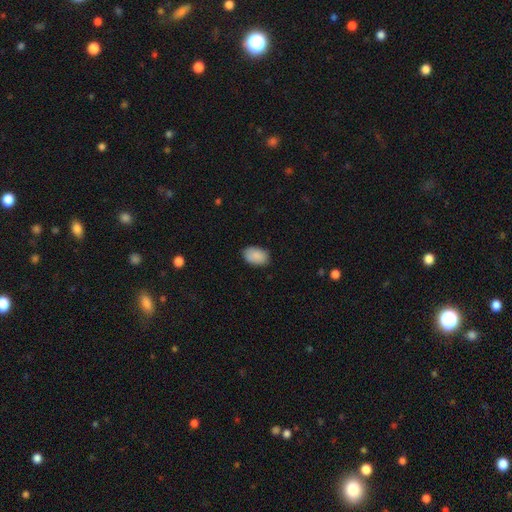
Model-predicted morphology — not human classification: The model was most divided on "merging": none: 85%, minor disturbance: 11%, major disturbance: 2%, merger: 1%. More confident: smooth or featured — smooth (90%); how rounded — in between (90%).